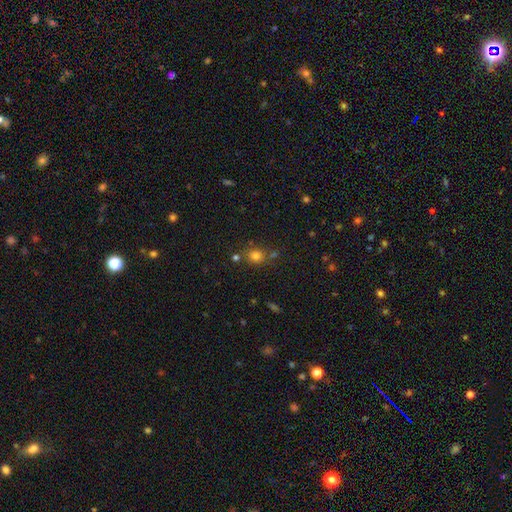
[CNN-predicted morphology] The model was most divided on "how rounded": round: 76%, in between: 22%, cigar-shaped: 1%. More confident: smooth or featured — smooth (77%); merging — none (71%).